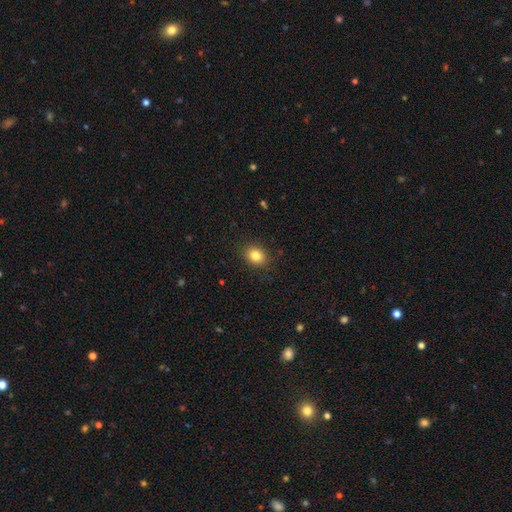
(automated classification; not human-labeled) smooth_or_featured: smooth (p=0.82) [alt: star or artifact p=0.11]
how_rounded: round (p=0.50) [alt: in between p=0.49]
merging: none (p=0.88) [alt: minor disturbance p=0.08]